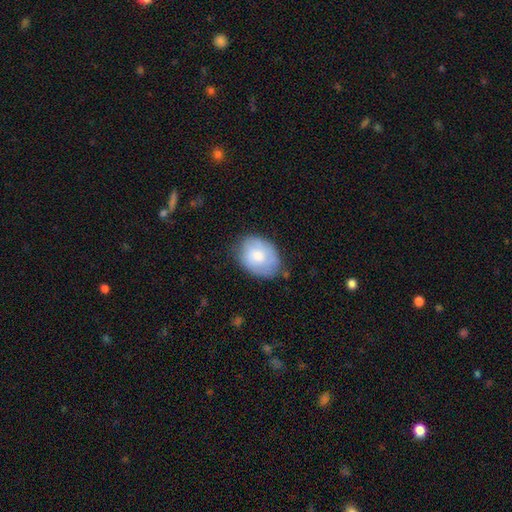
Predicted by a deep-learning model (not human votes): The model was most divided on "how rounded": in between: 64%, round: 35%, cigar-shaped: 1%. More confident: merging — none (72%); smooth or featured — smooth (64%).